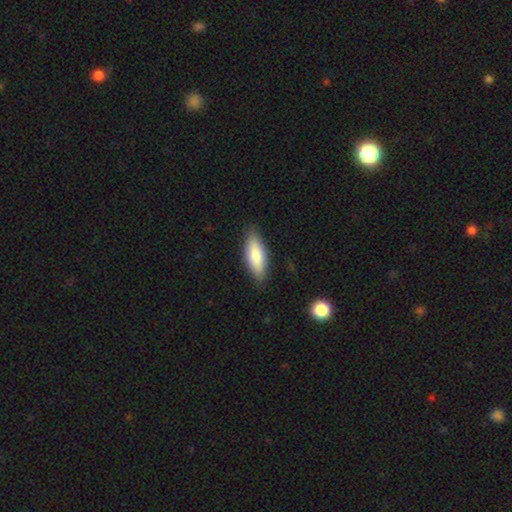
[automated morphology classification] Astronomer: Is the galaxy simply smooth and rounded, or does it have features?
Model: smooth — 80%.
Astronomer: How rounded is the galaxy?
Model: in between — 65%.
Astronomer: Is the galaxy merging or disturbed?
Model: none — 84%.